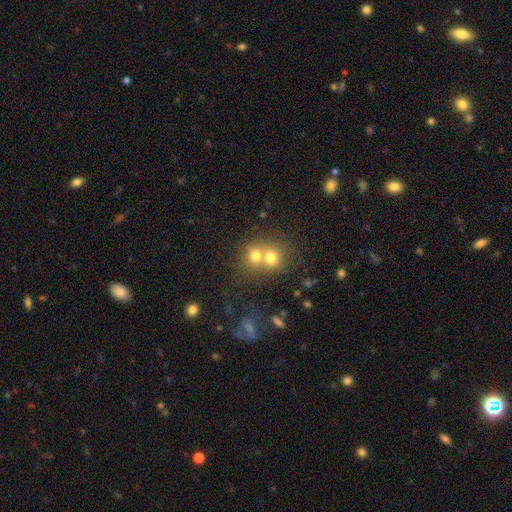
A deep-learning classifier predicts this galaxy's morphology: Smooth or featured? Predicted: smooth (p=0.71). How rounded? Predicted: round (p=0.78). Merging? Predicted: merger (p=0.63).